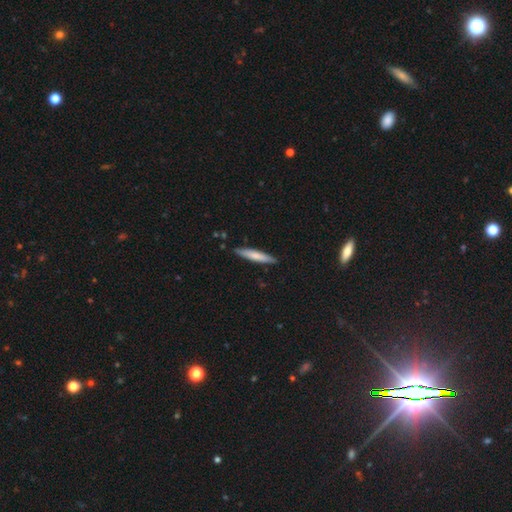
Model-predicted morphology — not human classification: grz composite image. It shows a smooth galaxy with no disk features (69%) that is cigar-shaped (91%). Merging: none (88%).